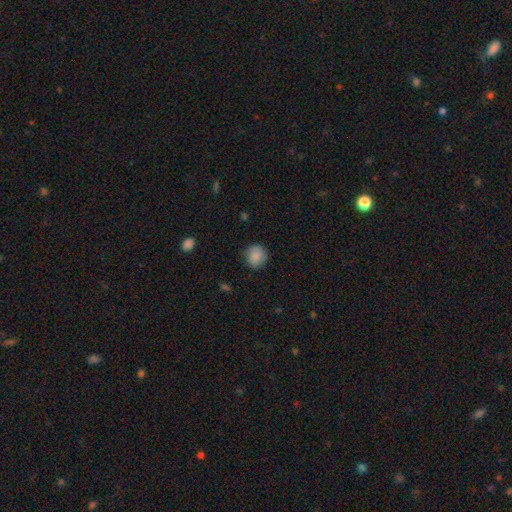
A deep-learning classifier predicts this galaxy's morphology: This is clearly a smooth galaxy (87%). How rounded: clearly round (88%). Merging: clearly none (85%).